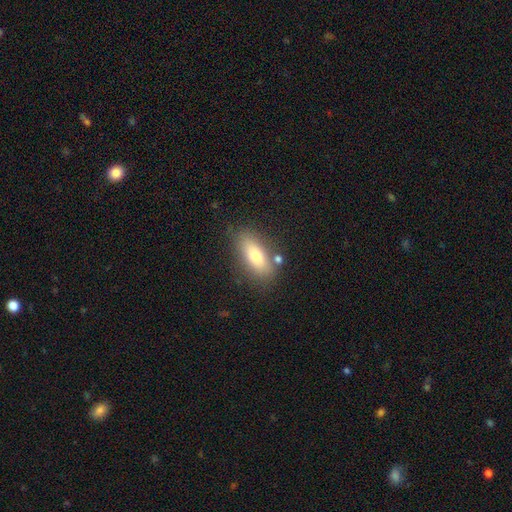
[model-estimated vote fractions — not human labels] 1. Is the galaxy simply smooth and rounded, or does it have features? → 74% smooth, 18% featured or disk, 8% star or artifact.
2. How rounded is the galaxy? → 76% in between, 20% cigar-shaped, 4% round.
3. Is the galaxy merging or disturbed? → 77% none, 13% minor disturbance, 6% merger, 4% major disturbance.